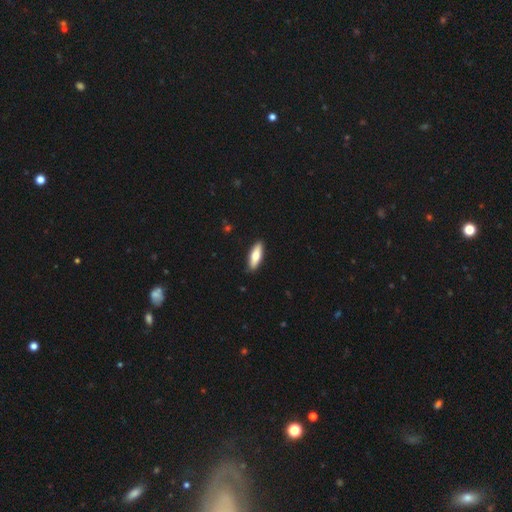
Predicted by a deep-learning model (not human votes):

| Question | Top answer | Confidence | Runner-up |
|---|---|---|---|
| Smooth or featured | smooth | 74% | featured or disk (21%) |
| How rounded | in between | 53% | cigar-shaped (45%) |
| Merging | none | 89% | minor disturbance (8%) |